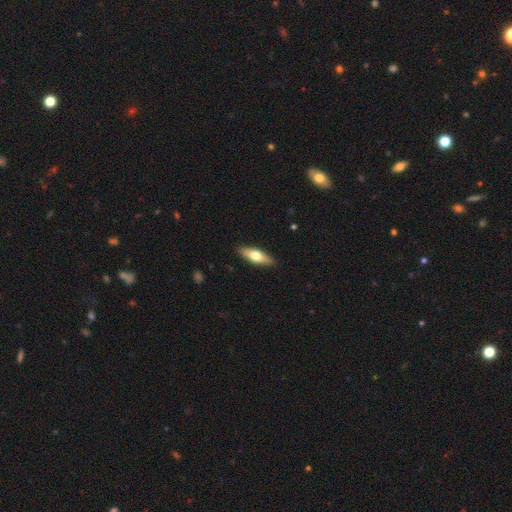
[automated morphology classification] Overall: smooth (59%; featured or disk 36%). How rounded: in between (54%; cigar-shaped 44%). Merging: none (89%).